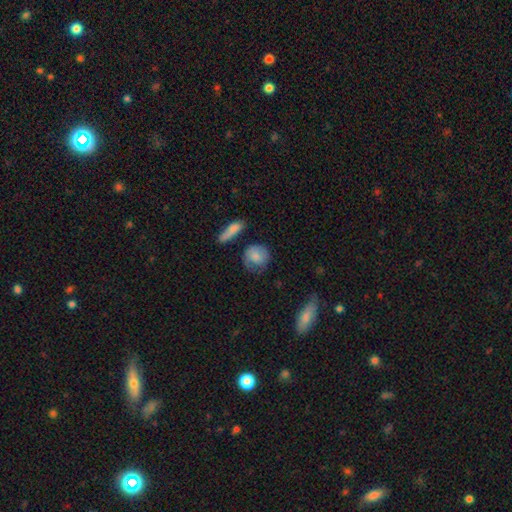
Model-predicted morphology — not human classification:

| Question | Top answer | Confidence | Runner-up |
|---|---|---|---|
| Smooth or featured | smooth | 70% | featured or disk (24%) |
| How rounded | round | 75% | in between (23%) |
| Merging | none | 53% | minor disturbance (28%) |